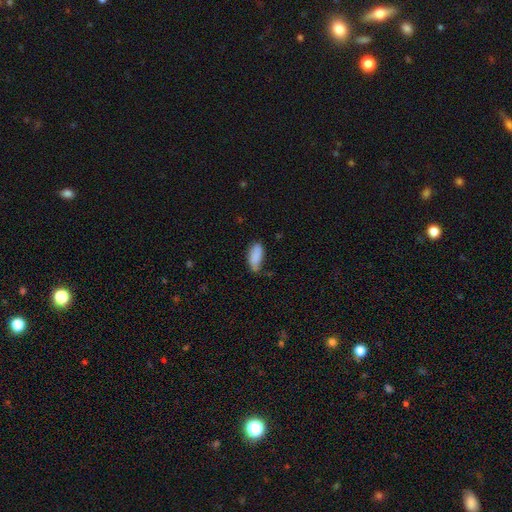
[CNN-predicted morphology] smooth-or-featured: smooth: 87% | star or artifact: 7% | featured or disk: 6%
  how-rounded: in between: 86% | cigar-shaped: 12% | round: 2%
  merging: none: 58% | minor disturbance: 32% | major disturbance: 7% | merger: 3%